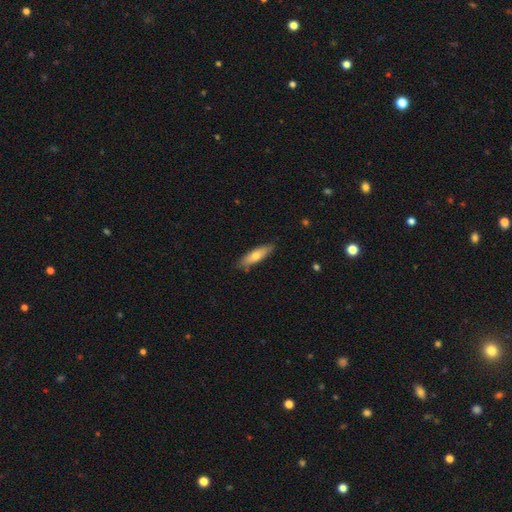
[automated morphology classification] This is likely a smooth galaxy (63%). How rounded: likely cigar-shaped (60%). Merging: clearly none (85%).